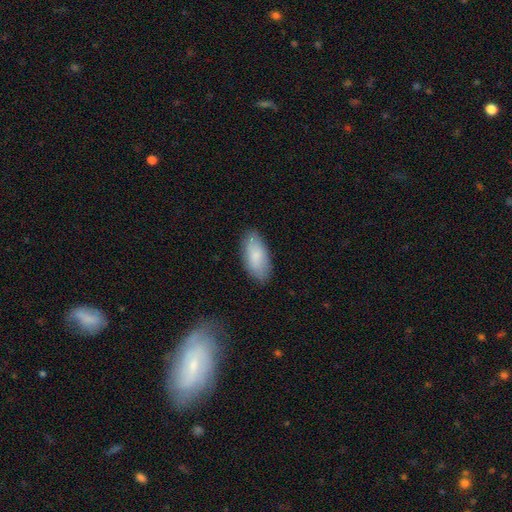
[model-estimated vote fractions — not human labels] smooth_or_featured: smooth (p=0.82) [alt: featured or disk p=0.12]
how_rounded: in between (p=0.89) [alt: cigar-shaped p=0.09]
merging: none (p=0.84) [alt: minor disturbance p=0.13]